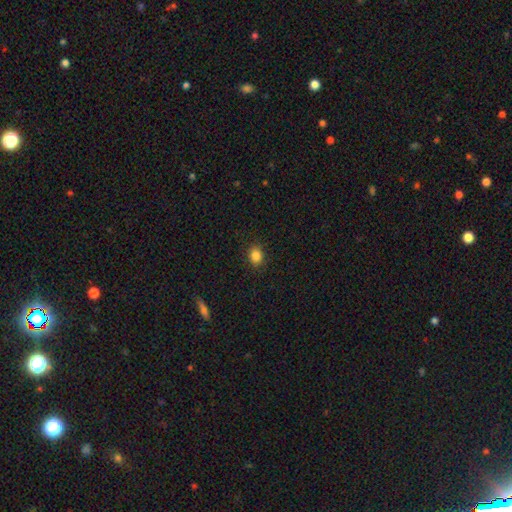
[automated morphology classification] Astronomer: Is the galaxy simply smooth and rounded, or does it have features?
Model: smooth — 85%.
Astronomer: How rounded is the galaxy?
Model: round — 51% (runner-up: in between, 48%).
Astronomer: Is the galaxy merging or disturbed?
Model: none — 89%.